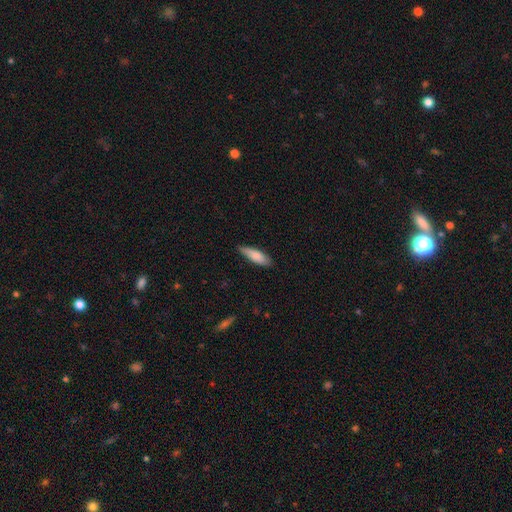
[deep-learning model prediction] A smooth galaxy with no disk features (81%) that is cigar-shaped (51%).

Vote fractions:
- Smooth or featured? smooth: 81% / featured or disk: 14% / star or artifact: 6%
- How rounded? cigar-shaped: 51% / in between: 47% / round: 2%
- Merging? none: 77% / minor disturbance: 20% / major disturbance: 3% / merger: 1%